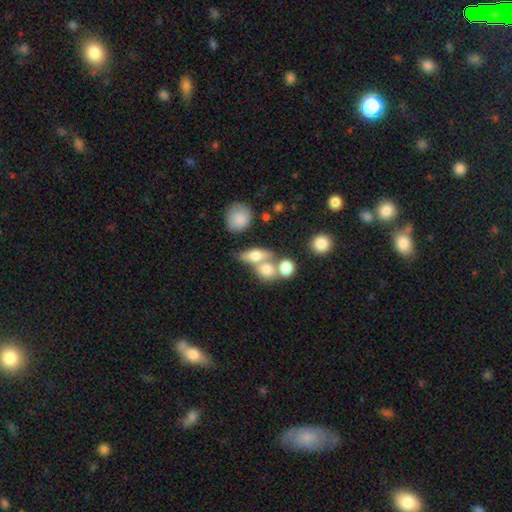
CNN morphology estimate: Smooth or featured? Predicted: smooth (p=0.65). How rounded? Predicted: in between (p=0.58). Merging? Predicted: merger (p=0.53).